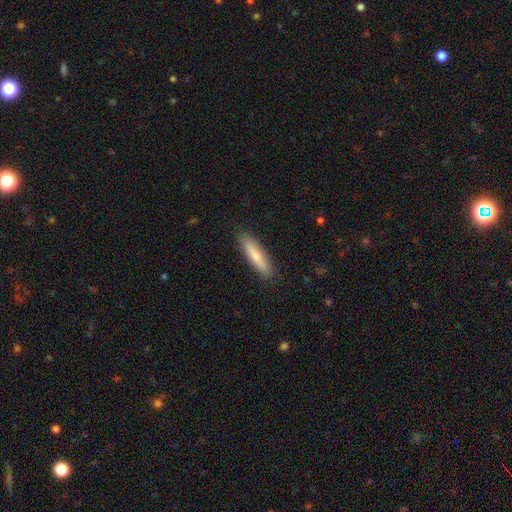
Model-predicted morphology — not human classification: Smooth or featured?
  - smooth: 77% *
  - featured or disk: 17%
  - star or artifact: 6%
How rounded?
  - cigar-shaped: 83% *
  - in between: 16%
  - round: 1%
Merging?
  - none: 89% *
  - minor disturbance: 8%
  - major disturbance: 2%
  - merger: 1%